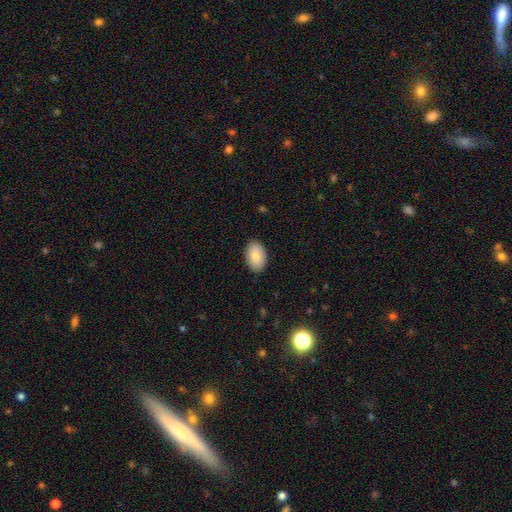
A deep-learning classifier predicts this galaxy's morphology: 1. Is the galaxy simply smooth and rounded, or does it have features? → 88% smooth, 6% star or artifact, 6% featured or disk.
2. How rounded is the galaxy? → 92% in between, 6% round, 1% cigar-shaped.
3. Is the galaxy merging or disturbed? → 89% none, 8% minor disturbance, 2% major disturbance, 1% merger.